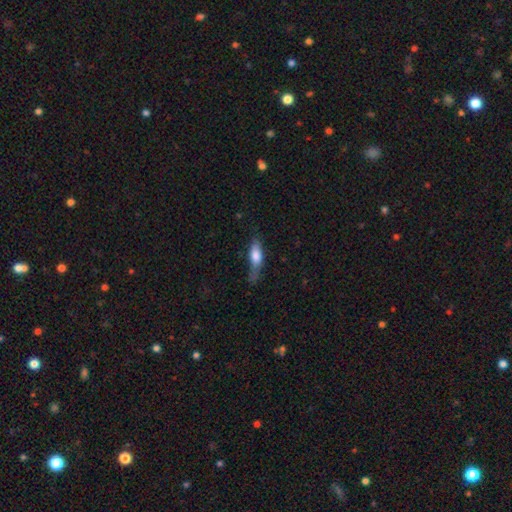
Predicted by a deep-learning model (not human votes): A smooth galaxy with no disk features (69%) that is in between round and cigar-shaped (54%). Merging: none (44%).